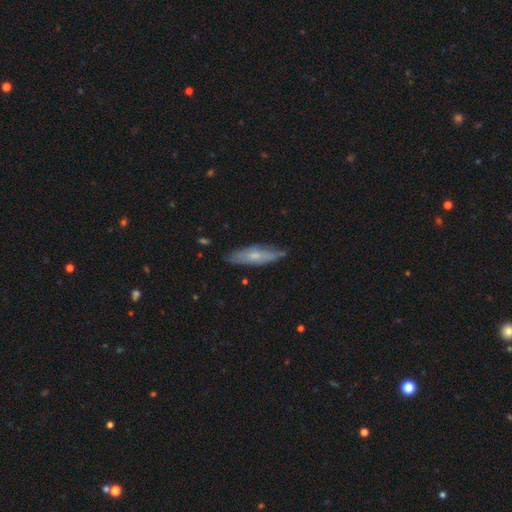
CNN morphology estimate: smooth 52%, featured or disk 42%, star or artifact 6%. Down the decision tree: how rounded — cigar-shaped (60%); merging — none (73%).